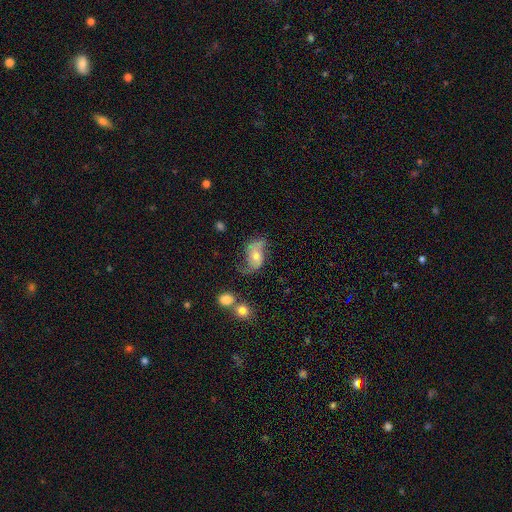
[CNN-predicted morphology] The model was most divided on "bar": no: 58%, weak: 32%, strong: 10%. More confident: edge-on disk — no (96%); spiral arms — yes (91%); spiral arm count — 2 (88%); smooth or featured — featured or disk (73%); spiral winding — loose (68%); bulge size — moderate (59%); merging — none (56%).